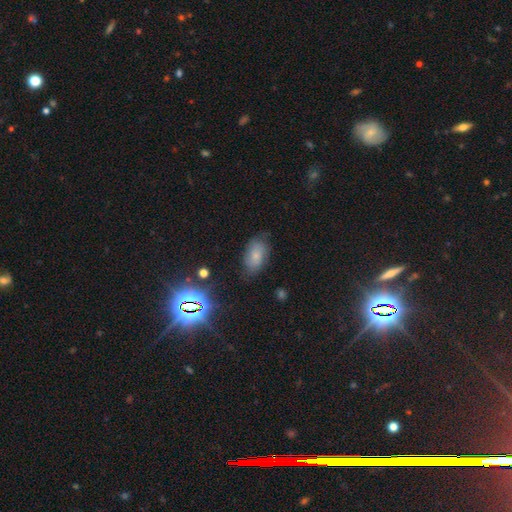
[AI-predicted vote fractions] Smooth or featured? Predicted: smooth (p=0.69). How rounded? Predicted: in between (p=0.91). Merging? Predicted: none (p=0.70).